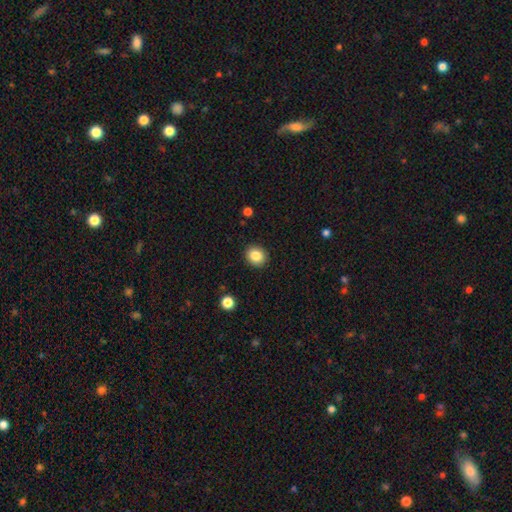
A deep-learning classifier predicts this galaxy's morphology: Smooth or featured?
  - smooth: 86% *
  - star or artifact: 9%
  - featured or disk: 5%
How rounded?
  - round: 75% *
  - in between: 24%
  - cigar-shaped: 1%
Merging?
  - none: 91% *
  - minor disturbance: 6%
  - major disturbance: 2%
  - merger: 1%